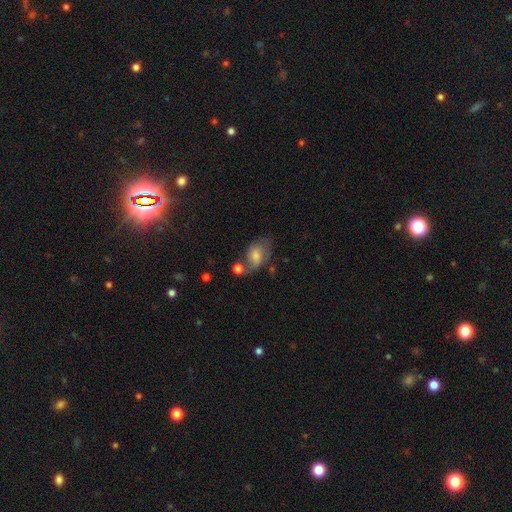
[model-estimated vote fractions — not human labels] Smooth or featured? Predicted: smooth (p=0.59). How rounded? Predicted: in between (p=0.80). Merging? Predicted: none (p=0.36).